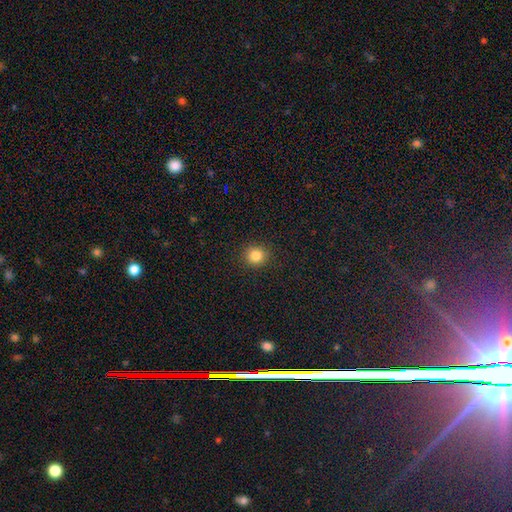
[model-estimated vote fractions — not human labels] Smooth or featured? smooth (84%)
How rounded? round (90%)
Merging? none (91%)